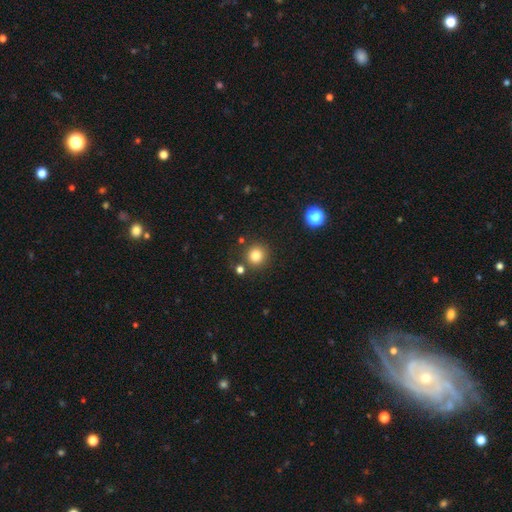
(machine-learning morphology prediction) smooth-or-featured: smooth: 81% | star or artifact: 12% | featured or disk: 6%
  how-rounded: round: 93% | in between: 6% | cigar-shaped: 1%
  merging: none: 83% | minor disturbance: 8% | merger: 6% | major disturbance: 3%